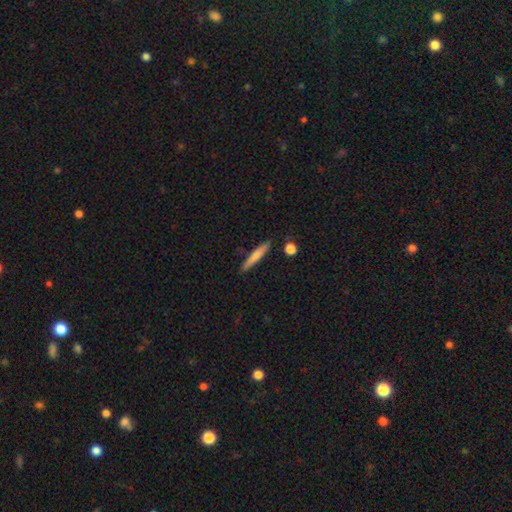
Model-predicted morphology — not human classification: This appears to be a smooth galaxy with no disk features (69%) that is cigar-shaped (94%). Merging: none (86%).